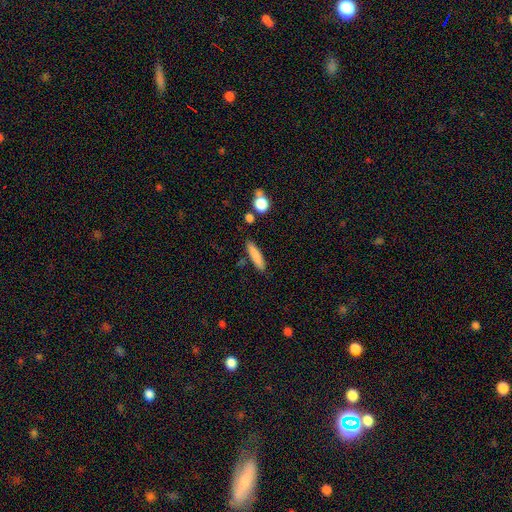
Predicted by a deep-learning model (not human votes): Smooth or featured? smooth (81%)
How rounded? cigar-shaped (82%)
Merging? none (84%)